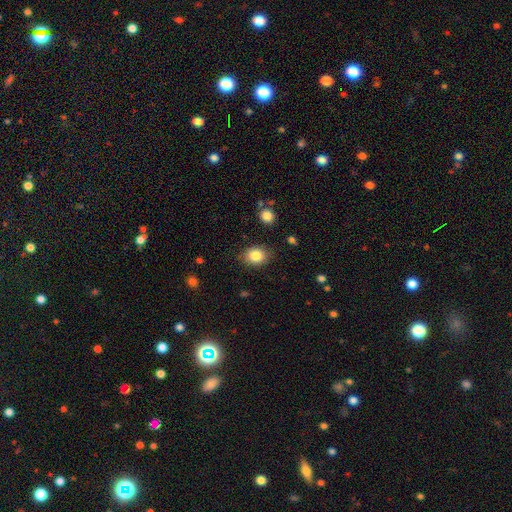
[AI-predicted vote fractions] Overall: smooth (84%). How rounded: in between (54%; round 45%). Merging: none (84%).